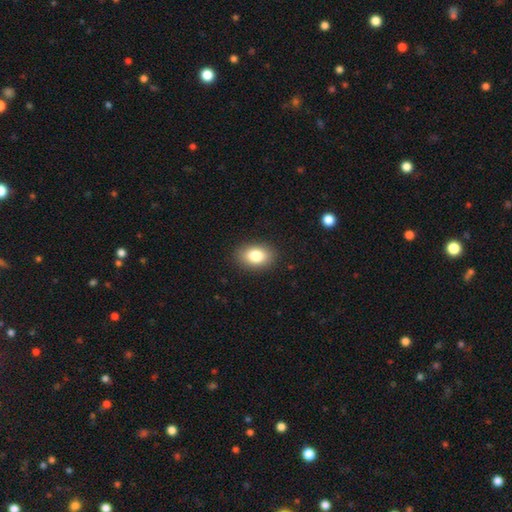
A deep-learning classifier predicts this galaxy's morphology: smooth 82%, featured or disk 9%, star or artifact 9%. Down the decision tree: how rounded — in between (80%); merging — none (89%).